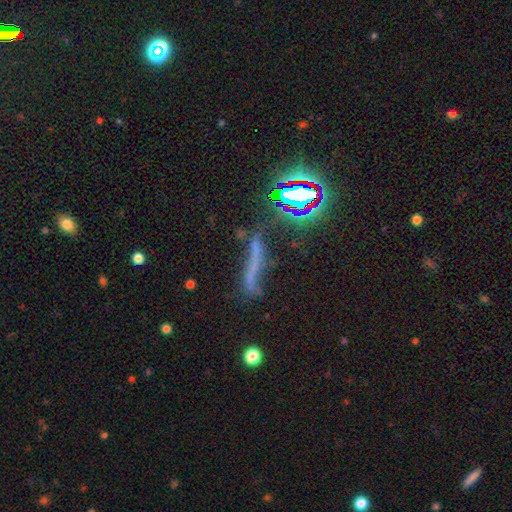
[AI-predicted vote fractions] Q: Smooth or featured?
A: smooth (36%); runner-up: featured or disk (33%)
Q: Merging?
A: none (47%); runner-up: minor disturbance (23%)